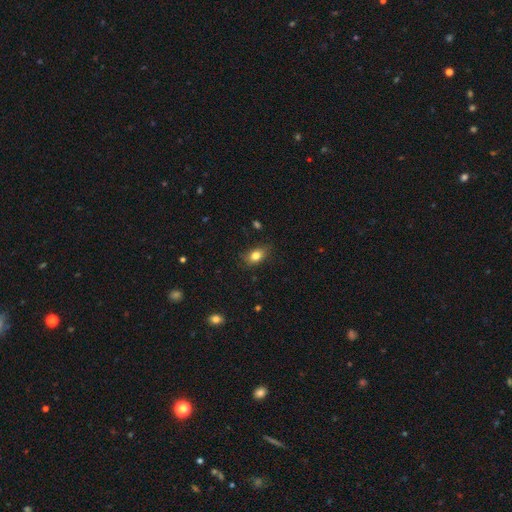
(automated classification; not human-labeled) This is clearly a smooth galaxy (82%). How rounded: likely in between (77%). Merging: likely none (79%).